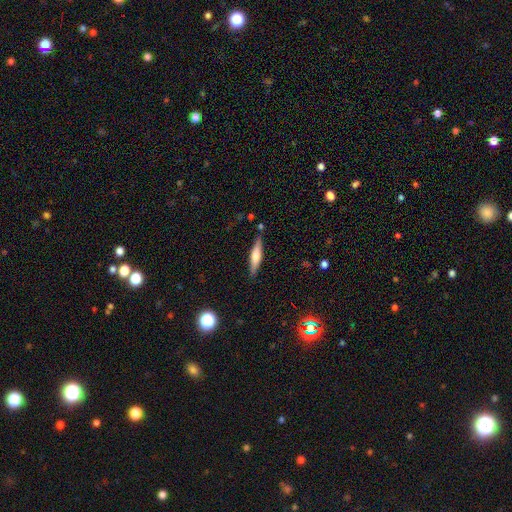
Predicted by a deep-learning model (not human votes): featured or disk 49%, smooth 45%, star or artifact 6%. Down the decision tree: merging — none (86%).